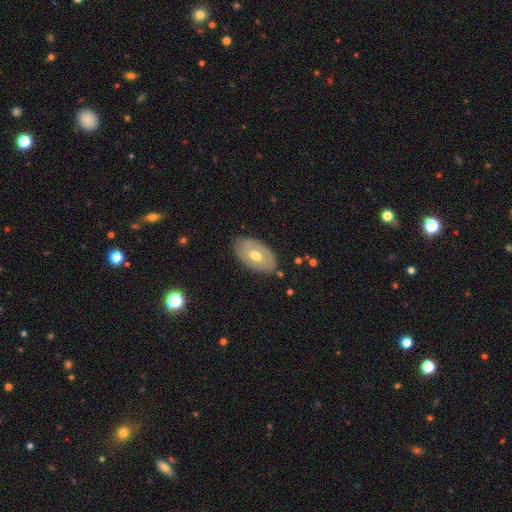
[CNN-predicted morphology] type=featured or disk (48%); merging=none (81%).